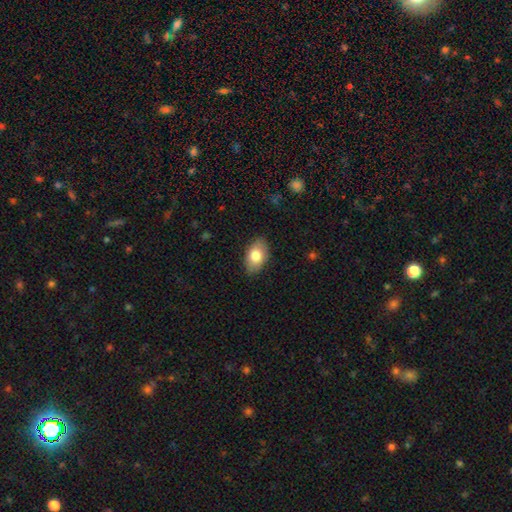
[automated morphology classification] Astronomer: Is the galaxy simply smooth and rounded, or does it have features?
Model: smooth — 81%.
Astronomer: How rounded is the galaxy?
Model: in between — 91%.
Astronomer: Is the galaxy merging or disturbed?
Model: none — 85%.